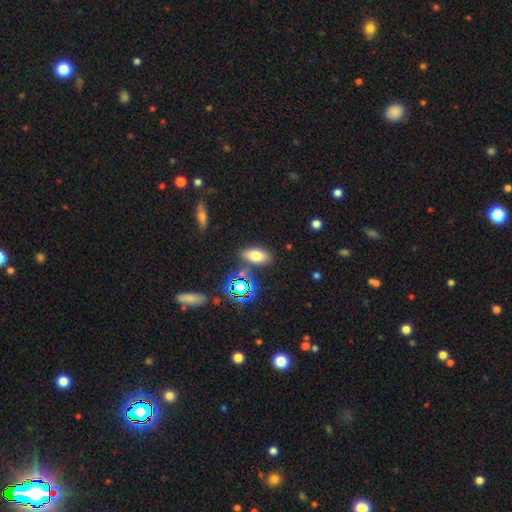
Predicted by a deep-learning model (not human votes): A smooth galaxy with no disk features (69%) that is in between round and cigar-shaped (85%). Merging: none (81%).